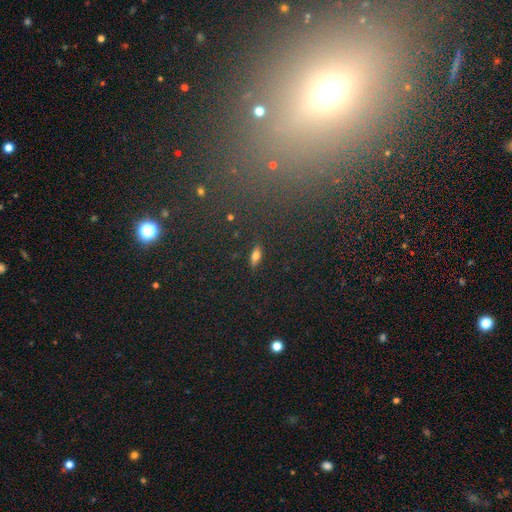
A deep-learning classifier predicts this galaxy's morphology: A smooth galaxy with no disk features (66%) that is in between round and cigar-shaped (75%).

Vote fractions:
- Smooth or featured? smooth: 66% / featured or disk: 22% / star or artifact: 12%
- How rounded? in between: 75% / cigar-shaped: 21% / round: 4%
- Merging? none: 87% / minor disturbance: 9% / major disturbance: 2% / merger: 2%